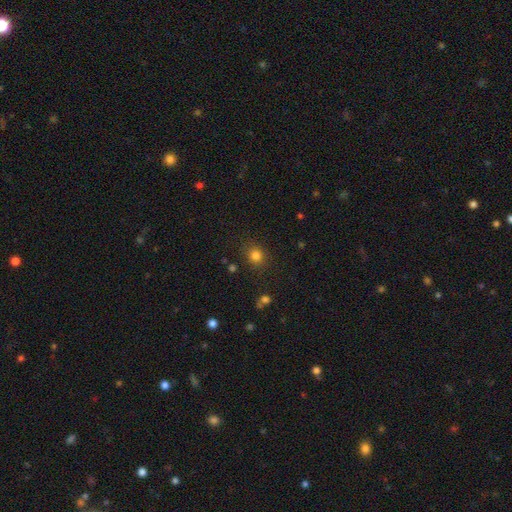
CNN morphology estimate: A smooth galaxy with no disk features (81%) that is round (81%). Merging: none (85%).